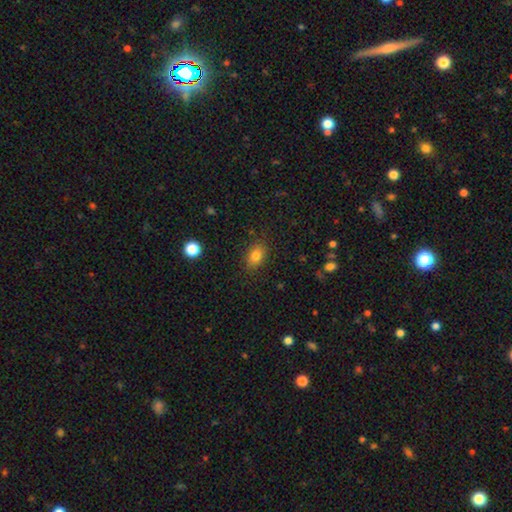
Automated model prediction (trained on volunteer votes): Q: Smooth or featured?
A: smooth (83%); runner-up: star or artifact (11%)
Q: How rounded?
A: in between (77%); runner-up: round (22%)
Q: Merging?
A: none (83%); runner-up: minor disturbance (12%)